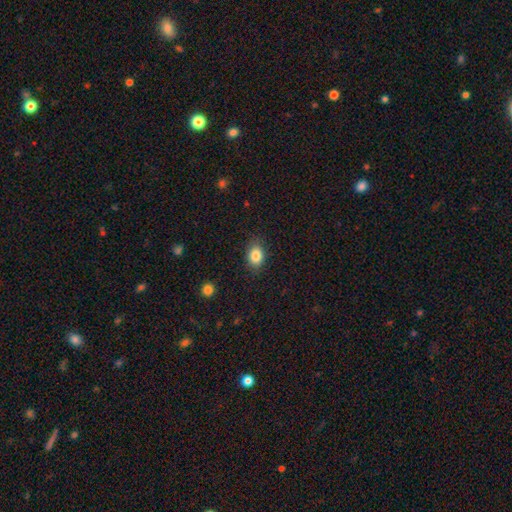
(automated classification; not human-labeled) Smooth or featured? Predicted: smooth (p=0.85). How rounded? Predicted: in between (p=0.65). Merging? Predicted: none (p=0.84).